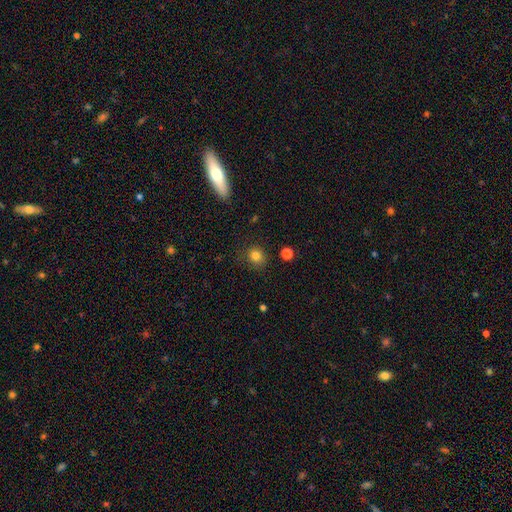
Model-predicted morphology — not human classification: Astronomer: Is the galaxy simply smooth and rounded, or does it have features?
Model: smooth — 81%.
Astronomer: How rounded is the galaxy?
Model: round — 85%.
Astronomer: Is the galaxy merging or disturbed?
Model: none — 84%.